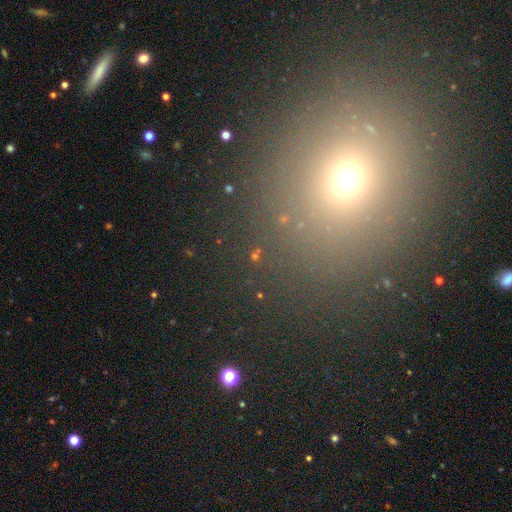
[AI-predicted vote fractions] star or artifact 58%, smooth 31%, featured or disk 12%.